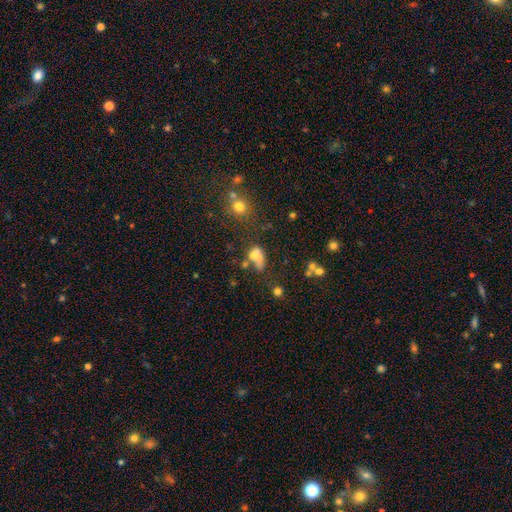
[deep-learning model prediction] Morphology: type=smooth (61%); roundness=in between (77%); merging=merger (38%).